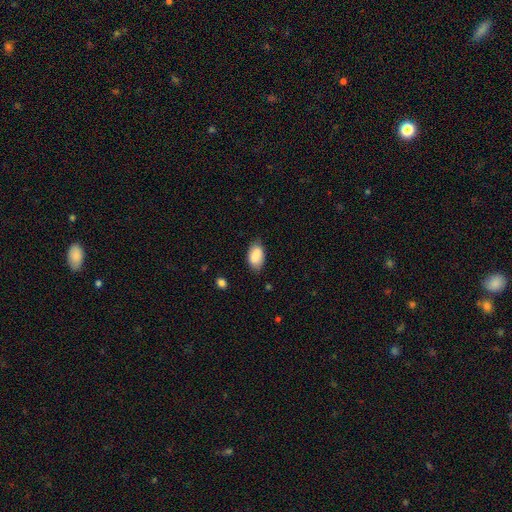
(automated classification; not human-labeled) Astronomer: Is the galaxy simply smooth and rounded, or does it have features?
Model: smooth — 89%.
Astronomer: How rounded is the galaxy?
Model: in between — 93%.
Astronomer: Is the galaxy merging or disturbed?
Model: none — 77%.